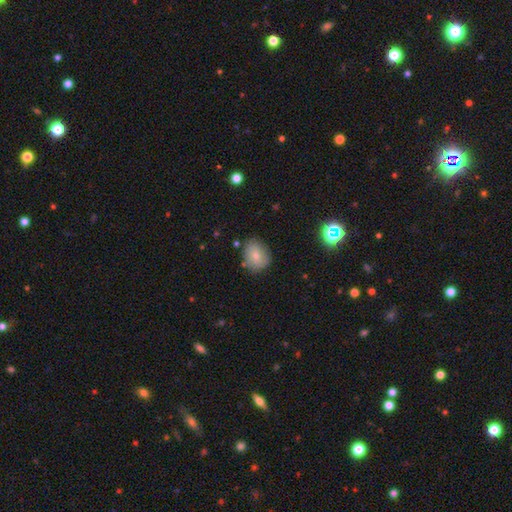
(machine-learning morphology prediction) smooth 76%, featured or disk 14%, star or artifact 10%. Down the decision tree: how rounded — round (56%); merging — none (76%).